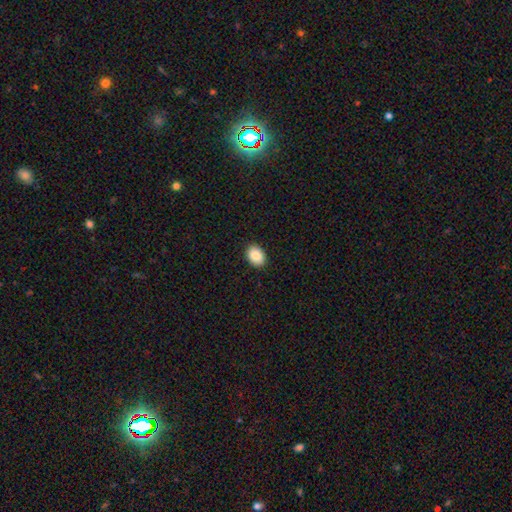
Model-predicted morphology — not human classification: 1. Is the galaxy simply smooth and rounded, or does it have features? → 88% smooth, 7% star or artifact, 5% featured or disk.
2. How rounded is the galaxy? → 72% in between, 27% round, 1% cigar-shaped.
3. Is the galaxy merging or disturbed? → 90% none, 7% minor disturbance, 2% major disturbance, 1% merger.